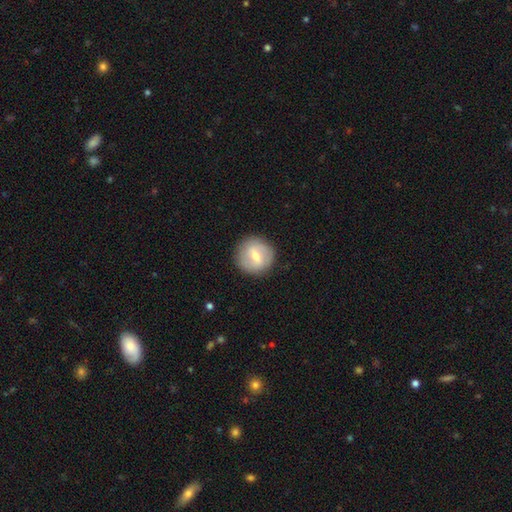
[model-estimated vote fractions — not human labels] smooth-or-featured: smooth: 52% | featured or disk: 41% | star or artifact: 7%
  how-rounded: round: 92% | in between: 7% | cigar-shaped: 1%
  merging: none: 88% | minor disturbance: 8% | major disturbance: 3% | merger: 1%